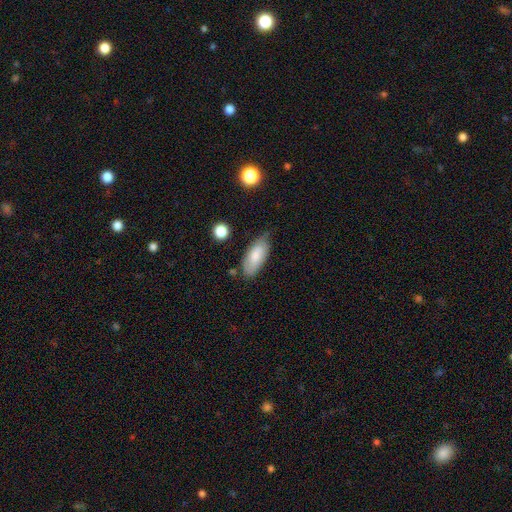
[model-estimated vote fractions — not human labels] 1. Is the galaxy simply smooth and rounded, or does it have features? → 79% smooth, 15% featured or disk, 6% star or artifact.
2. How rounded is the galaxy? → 87% in between, 11% cigar-shaped, 2% round.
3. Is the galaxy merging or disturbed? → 69% none, 23% minor disturbance, 4% major disturbance, 3% merger.